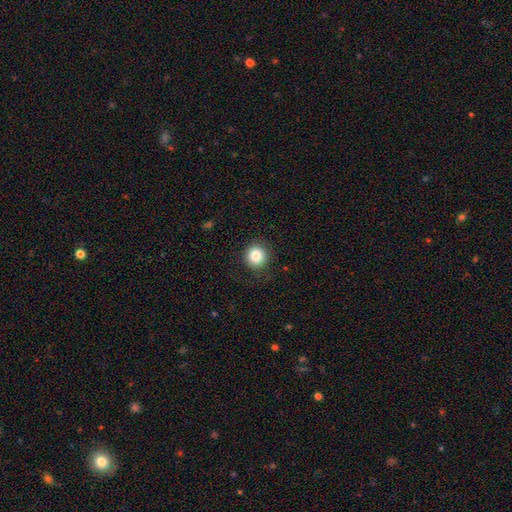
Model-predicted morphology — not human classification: A smooth galaxy with no disk features (85%) that is round (91%). Merging: none (88%).